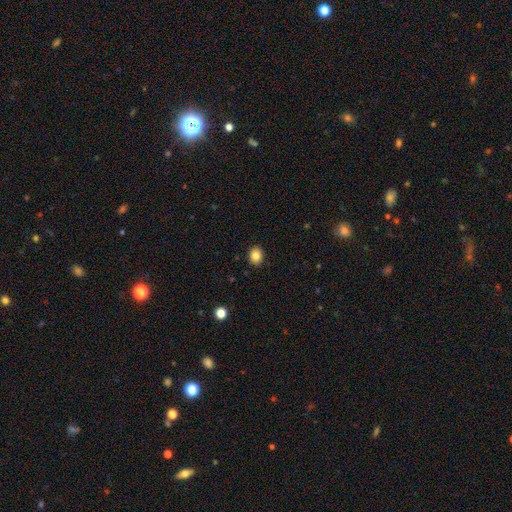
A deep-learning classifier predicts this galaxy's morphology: smooth-or-featured: smooth: 84% | star or artifact: 10% | featured or disk: 6%
  how-rounded: round: 57% | in between: 42% | cigar-shaped: 1%
  merging: none: 90% | minor disturbance: 8% | major disturbance: 2% | merger: 1%